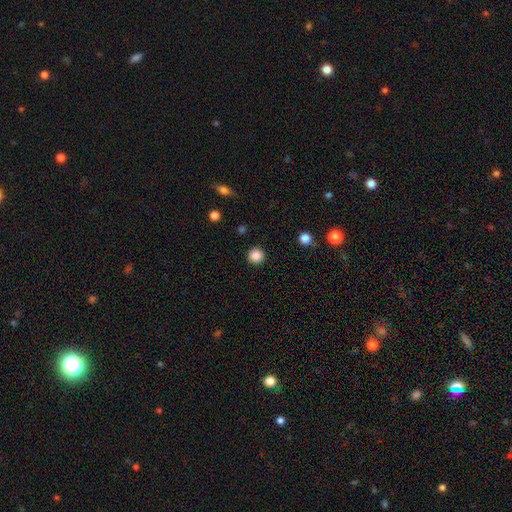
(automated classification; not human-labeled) The model was most divided on "smooth or featured": smooth: 85%, star or artifact: 10%, featured or disk: 4%. More confident: how rounded — round (95%); merging — none (93%).